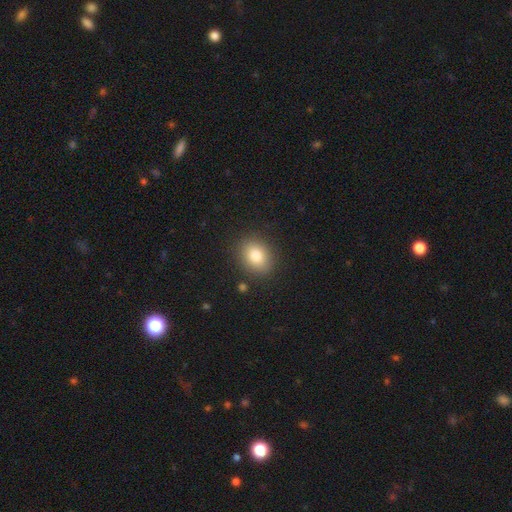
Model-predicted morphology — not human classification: This appears to be a smooth galaxy with no disk features (80%) that is round (53%). Merging: none (87%).